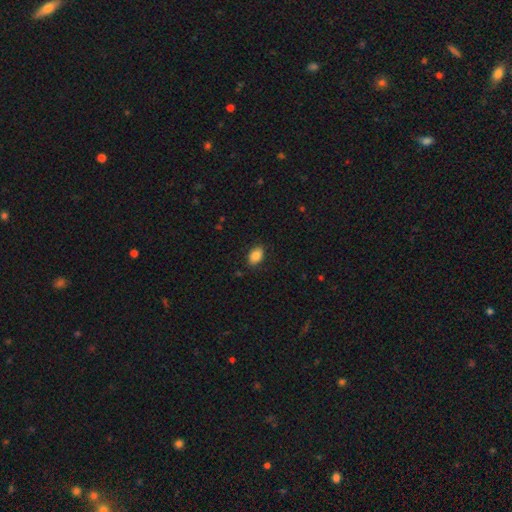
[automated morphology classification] type=smooth (86%); roundness=in between (87%); merging=none (86%).